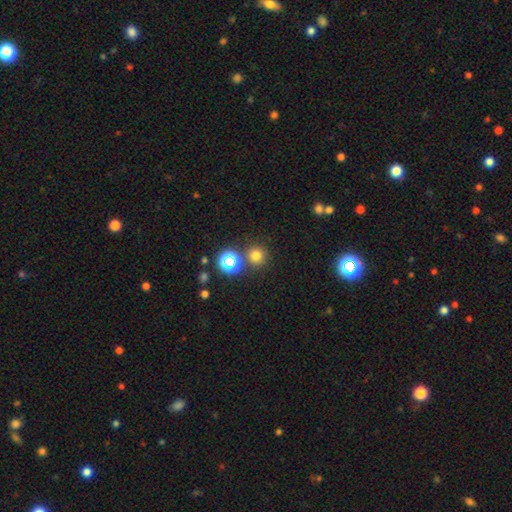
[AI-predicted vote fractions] Smooth or featured?
  - smooth: 73% *
  - star or artifact: 21%
  - featured or disk: 6%
How rounded?
  - round: 94% *
  - in between: 5%
  - cigar-shaped: 1%
Merging?
  - none: 81% *
  - merger: 10%
  - minor disturbance: 7%
  - major disturbance: 3%